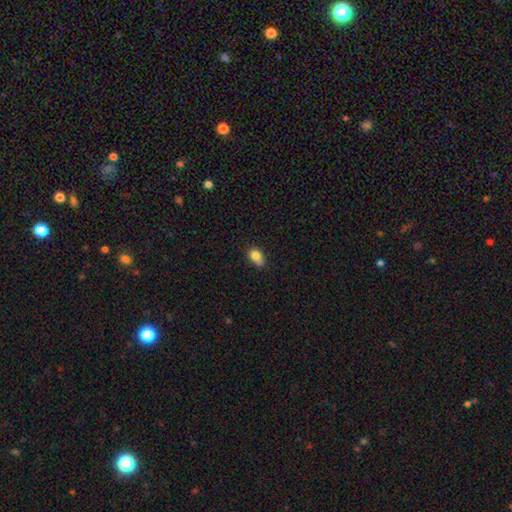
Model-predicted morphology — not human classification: Q: Smooth or featured?
A: smooth (81%); runner-up: star or artifact (10%)
Q: How rounded?
A: in between (79%); runner-up: round (19%)
Q: Merging?
A: none (55%); runner-up: minor disturbance (33%)